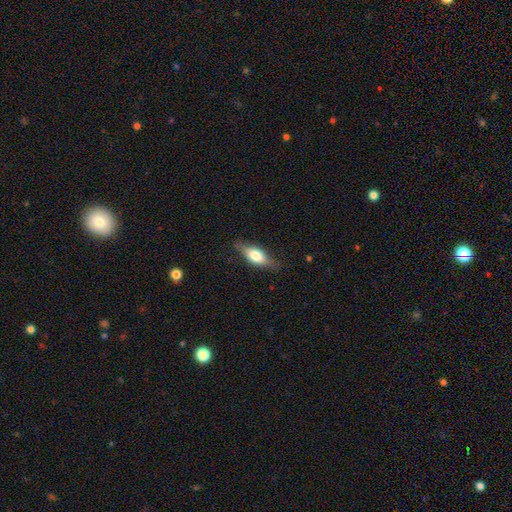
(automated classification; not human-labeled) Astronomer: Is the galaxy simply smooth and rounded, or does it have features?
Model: smooth — 61%.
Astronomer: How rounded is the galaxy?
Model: in between — 73%.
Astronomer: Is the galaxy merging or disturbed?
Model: none — 75%.